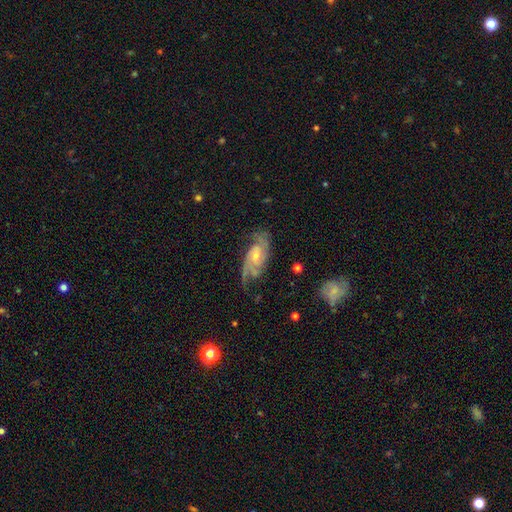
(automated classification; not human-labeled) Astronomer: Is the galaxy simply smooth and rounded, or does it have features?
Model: featured or disk — 87%.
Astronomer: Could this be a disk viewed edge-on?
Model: no — 95%.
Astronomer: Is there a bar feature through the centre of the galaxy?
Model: no — 52% (runner-up: weak, 39%).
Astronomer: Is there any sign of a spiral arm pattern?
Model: yes — 97%.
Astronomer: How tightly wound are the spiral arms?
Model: medium — 45% (runner-up: tight, 42%).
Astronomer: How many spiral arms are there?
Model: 2 — 50%.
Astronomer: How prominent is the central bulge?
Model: small — 55% (runner-up: moderate, 40%).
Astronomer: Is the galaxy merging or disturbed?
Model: none — 67%.